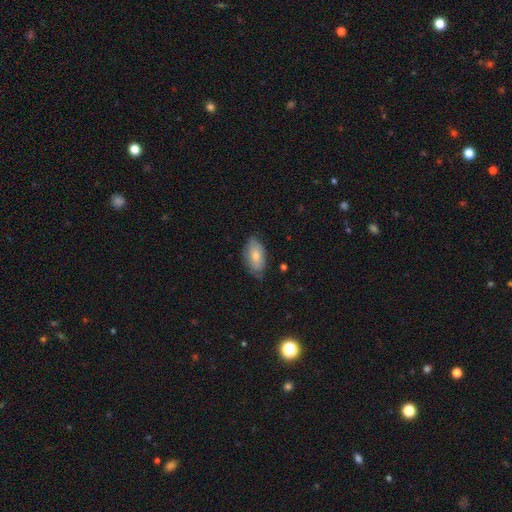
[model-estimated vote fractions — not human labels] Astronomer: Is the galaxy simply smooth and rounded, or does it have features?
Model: smooth — 73%.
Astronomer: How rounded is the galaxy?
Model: in between — 93%.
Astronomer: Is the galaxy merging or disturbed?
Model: none — 67%.